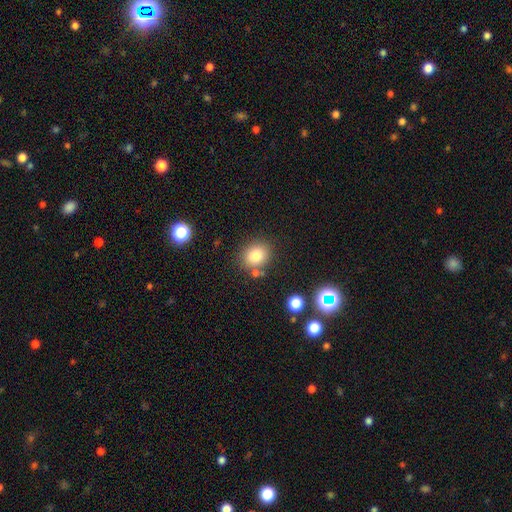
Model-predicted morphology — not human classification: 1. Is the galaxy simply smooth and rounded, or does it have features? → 81% smooth, 11% star or artifact, 8% featured or disk.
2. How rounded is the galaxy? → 65% round, 34% in between, 1% cigar-shaped.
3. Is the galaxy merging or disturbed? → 77% none, 11% minor disturbance, 8% merger, 3% major disturbance.